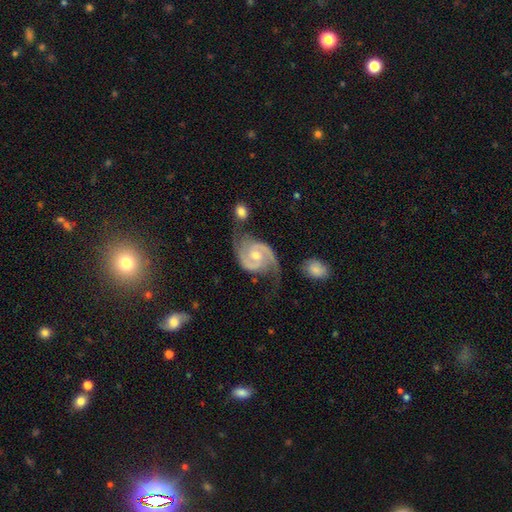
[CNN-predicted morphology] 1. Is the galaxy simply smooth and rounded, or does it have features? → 91% featured or disk, 4% smooth, 4% star or artifact.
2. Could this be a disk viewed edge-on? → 98% no, 2% yes.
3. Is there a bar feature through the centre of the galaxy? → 55% no, 35% weak, 10% strong.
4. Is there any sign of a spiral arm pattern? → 98% yes, 2% no.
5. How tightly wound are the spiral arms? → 53% medium, 25% tight, 21% loose.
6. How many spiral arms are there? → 91% 2, 3% can't tell, 3% 3, 2% 1, 1% 4, 1% more than 4.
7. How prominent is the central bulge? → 60% moderate, 36% small, 2% large, 1% none, 1% dominant.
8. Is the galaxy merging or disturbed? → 55% none, 22% minor disturbance, 14% major disturbance, 8% merger.